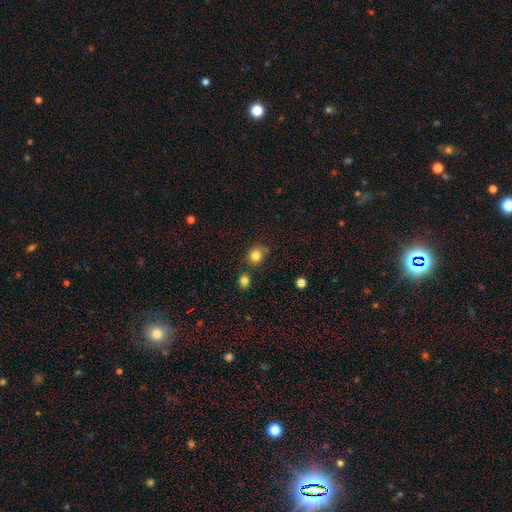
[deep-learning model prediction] A smooth galaxy with no disk features (82%) that is round (77%).

Vote fractions:
- Smooth or featured? smooth: 82% / star or artifact: 12% / featured or disk: 7%
- How rounded? round: 77% / in between: 22% / cigar-shaped: 1%
- Merging? none: 63% / minor disturbance: 23% / merger: 8% / major disturbance: 6%